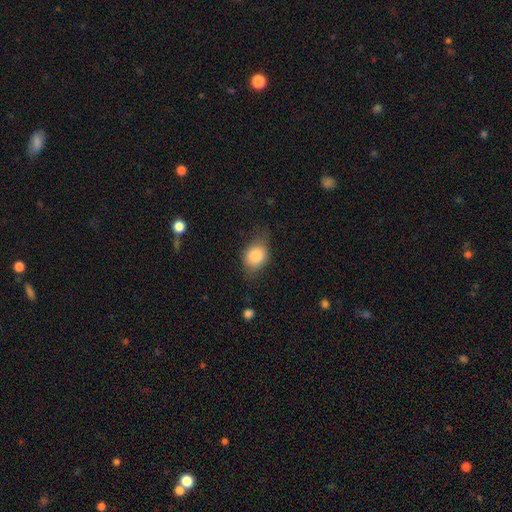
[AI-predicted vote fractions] This appears to be a smooth galaxy with no disk features (81%) that is in between round and cigar-shaped (58%). Merging: none (62%).